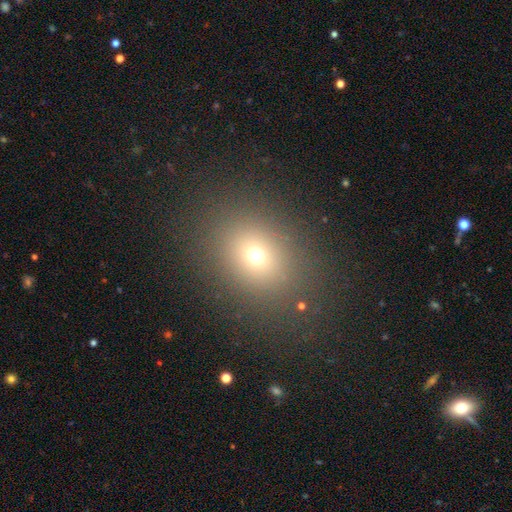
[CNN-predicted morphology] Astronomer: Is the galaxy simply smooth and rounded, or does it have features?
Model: smooth — 69%.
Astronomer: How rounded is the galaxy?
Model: round — 54% (runner-up: in between, 45%).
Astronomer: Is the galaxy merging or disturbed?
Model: none — 85%.